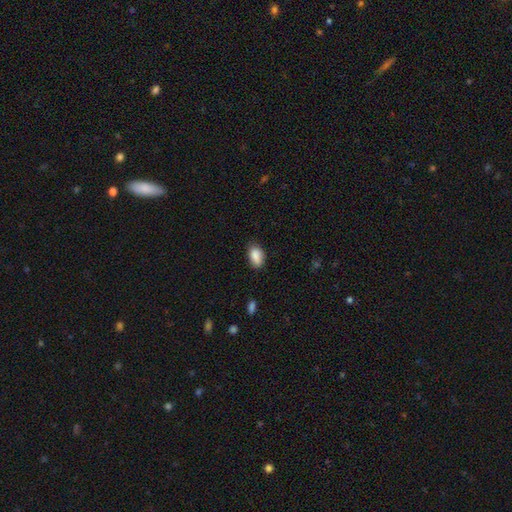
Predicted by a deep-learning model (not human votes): The model was most divided on "merging": none: 75%, minor disturbance: 20%, major disturbance: 3%, merger: 2%. More confident: how rounded — in between (90%); smooth or featured — smooth (88%).